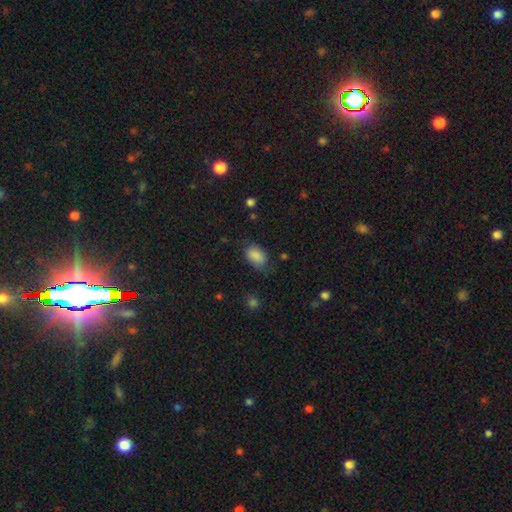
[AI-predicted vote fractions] A smooth galaxy with no disk features (86%) that is in between round and cigar-shaped (86%).

Vote fractions:
- Smooth or featured? smooth: 86% / star or artifact: 8% / featured or disk: 6%
- How rounded? in between: 86% / round: 12% / cigar-shaped: 1%
- Merging? none: 65% / minor disturbance: 25% / major disturbance: 8% / merger: 2%